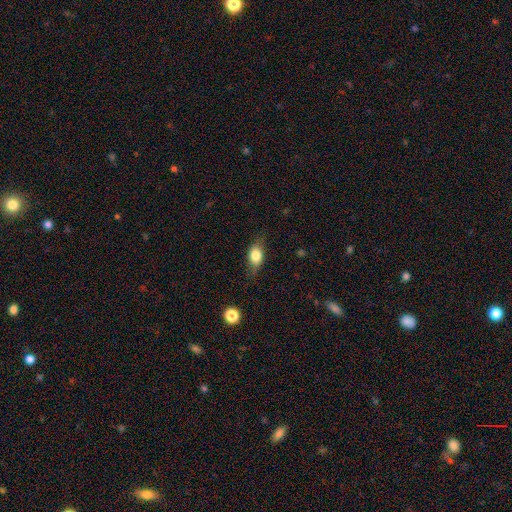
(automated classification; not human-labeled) This appears to be a smooth galaxy with no disk features (73%) that is in between round and cigar-shaped (75%). Merging: none (71%).